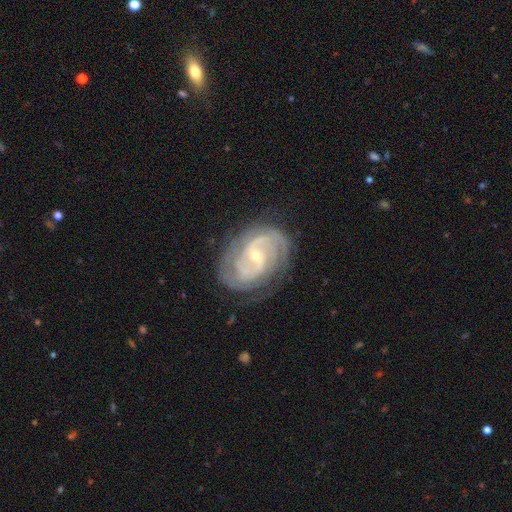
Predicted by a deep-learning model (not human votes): featured or disk 89%, star or artifact 5%, smooth 5%. Down the decision tree: edge-on disk — no (97%); bar — weak (48%); spiral arms — yes (97%); spiral arm count — 2 (55%); spiral winding — tight (52%); bulge size — small (71%); merging — none (74%).